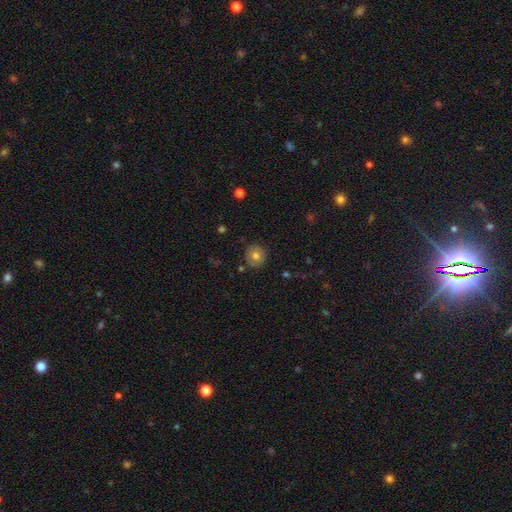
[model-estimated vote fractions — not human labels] Morphology: type=smooth (70%); roundness=round (92%); merging=none (86%).